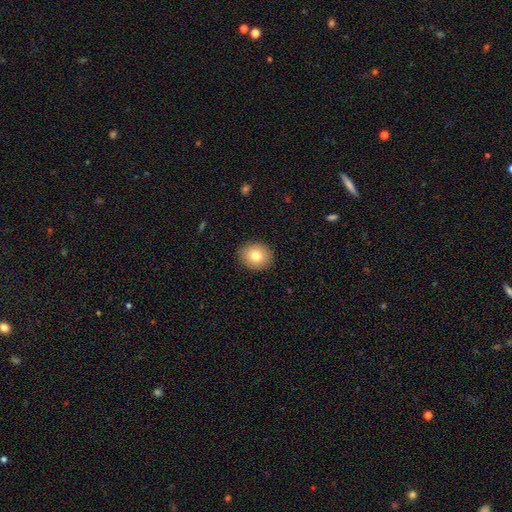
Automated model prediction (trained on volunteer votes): smooth-or-featured: smooth: 79% | featured or disk: 12% | star or artifact: 9%
  how-rounded: round: 66% | in between: 33% | cigar-shaped: 1%
  merging: none: 89% | minor disturbance: 8% | major disturbance: 2% | merger: 1%